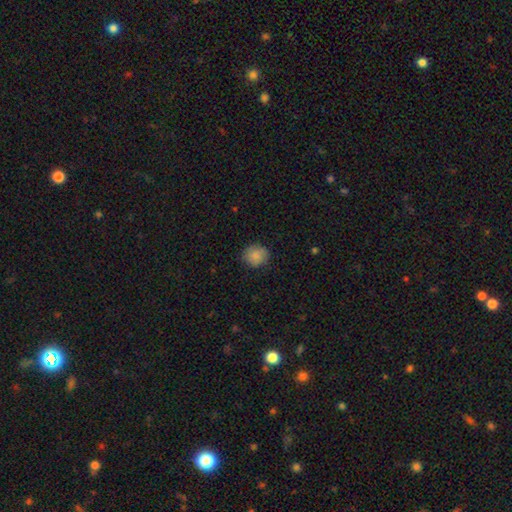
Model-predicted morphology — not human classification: Smooth or featured? smooth (86%)
How rounded? round (84%)
Merging? none (84%)